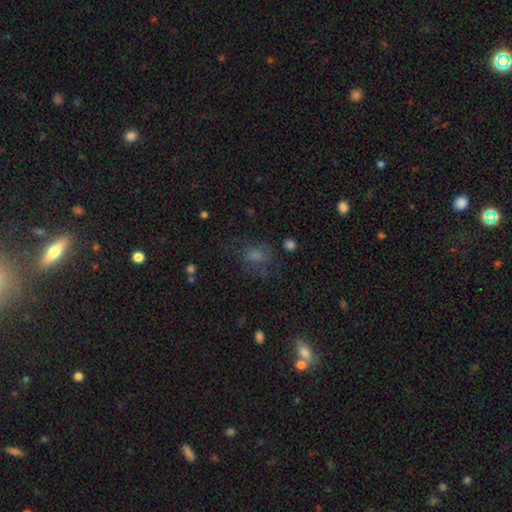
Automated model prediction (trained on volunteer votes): A smooth galaxy with no disk features (60%) that is in between round and cigar-shaped (70%).

Vote fractions:
- Smooth or featured? smooth: 60% / star or artifact: 21% / featured or disk: 19%
- How rounded? in between: 70% / round: 27% / cigar-shaped: 4%
- Merging? none: 55% / major disturbance: 22% / minor disturbance: 20% / merger: 3%